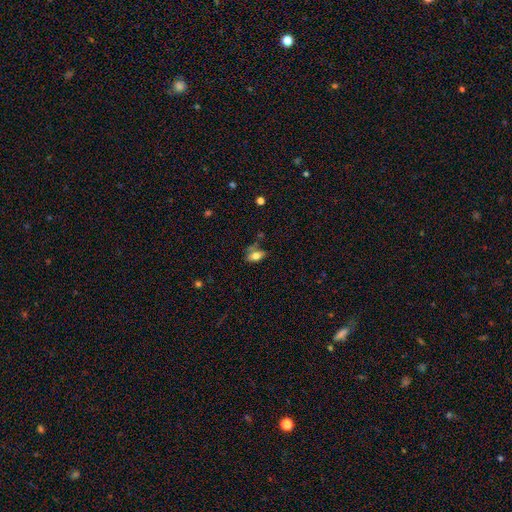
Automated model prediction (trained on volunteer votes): smooth 72%, featured or disk 18%, star or artifact 10%. Down the decision tree: how rounded — in between (85%); merging — none (51%).